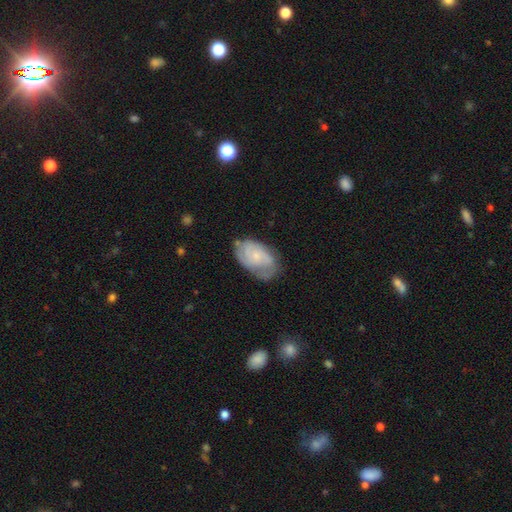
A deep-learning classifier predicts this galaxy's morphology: A featured or disk galaxy (57%) with no bar (73%), spiral arms (83%) and a small central bulge (68%).

Vote fractions:
- Smooth or featured? featured or disk: 57% / smooth: 36% / star or artifact: 7%
- Edge-on disk? no: 96% / yes: 4%
- Bar? no: 73% / weak: 24% / strong: 3%
- Spiral arms? yes: 83% / no: 17%
- Bulge size? small: 68% / moderate: 20% / none: 9% / large: 2% / dominant: 1%
- Merging? none: 58% / minor disturbance: 29% / major disturbance: 11% / merger: 2%